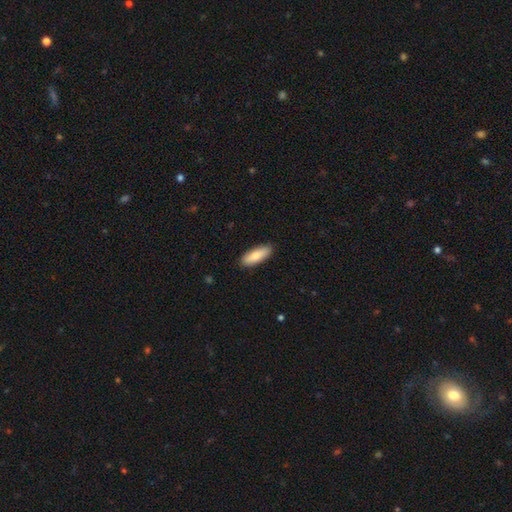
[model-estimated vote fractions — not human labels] The model was most divided on "how rounded": in between: 64%, cigar-shaped: 34%, round: 2%. More confident: merging — none (89%); smooth or featured — smooth (83%).